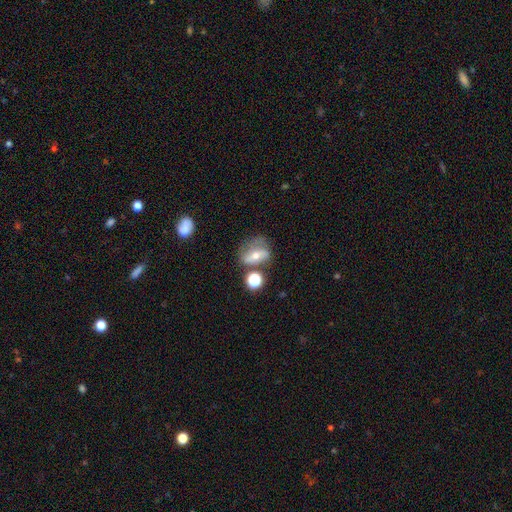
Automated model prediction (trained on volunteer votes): This appears to be a featured or disk galaxy (50%). Merging: none (48%).